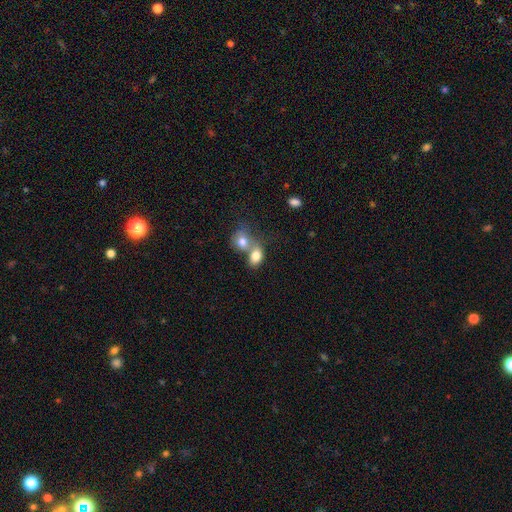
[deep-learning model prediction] Smooth or featured? Predicted: smooth (p=0.79). How rounded? Predicted: in between (p=0.63). Merging? Predicted: merger (p=0.64).